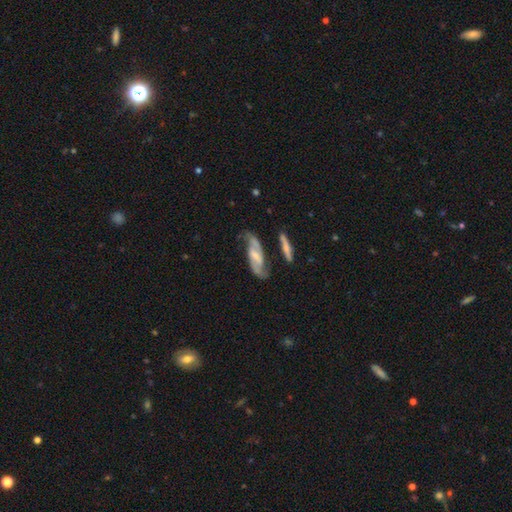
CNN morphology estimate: Smooth or featured: featured or disk — 80% (smooth — 14%)
Edge-on disk: no — 89% (yes — 11%)
Bar: weak — 42% (strong — 30%)
Spiral arms: yes — 93% (no — 7%)
Spiral winding: medium — 48% (loose — 31%)
Spiral arm count: 2 — 88% (can't tell — 6%)
Bulge size: small — 48% (moderate — 34%)
Merging: none — 64% (minor disturbance — 19%)